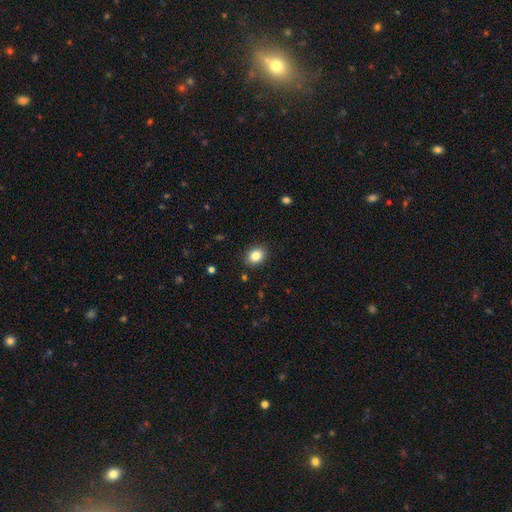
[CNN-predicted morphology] smooth 84%, star or artifact 9%, featured or disk 6%. Down the decision tree: how rounded — in between (57%); merging — none (89%).